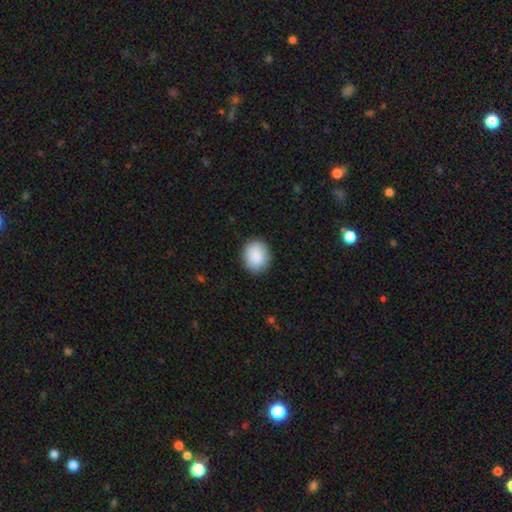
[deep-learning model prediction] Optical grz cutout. It shows a smooth galaxy with no disk features (89%) that is round (60%). Merging: none (88%).